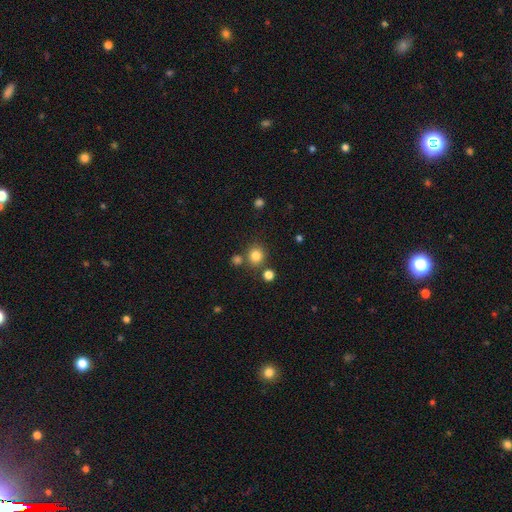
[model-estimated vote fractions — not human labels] A smooth galaxy with no disk features (81%) that is round (89%).

Vote fractions:
- Smooth or featured? smooth: 81% / star or artifact: 14% / featured or disk: 5%
- How rounded? round: 89% / in between: 10% / cigar-shaped: 1%
- Merging? none: 76% / merger: 12% / minor disturbance: 8% / major disturbance: 3%